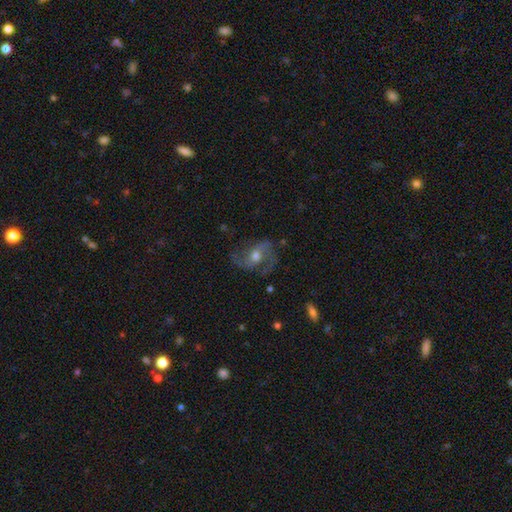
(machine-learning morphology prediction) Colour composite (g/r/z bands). It shows a featured or disk galaxy (83%) with no bar (47%), 2 (82%) medium (46%) spiral arms (95%) and a moderate central bulge (65%). Merging: none (68%).